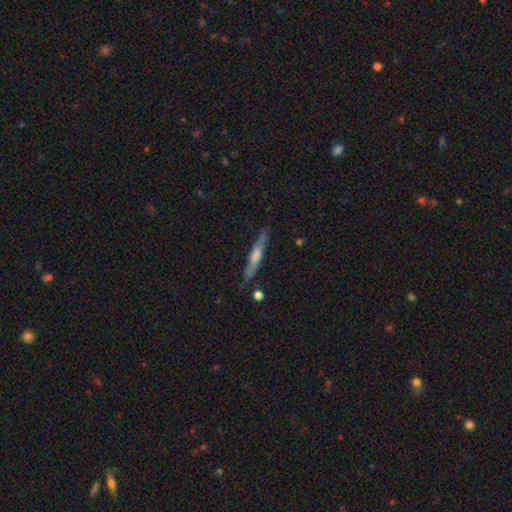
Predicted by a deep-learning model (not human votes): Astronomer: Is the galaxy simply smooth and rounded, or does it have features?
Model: featured or disk — 53% (runner-up: smooth, 41%).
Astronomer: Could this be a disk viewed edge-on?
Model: yes — 87%.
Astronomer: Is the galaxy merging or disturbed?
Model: none — 78%.